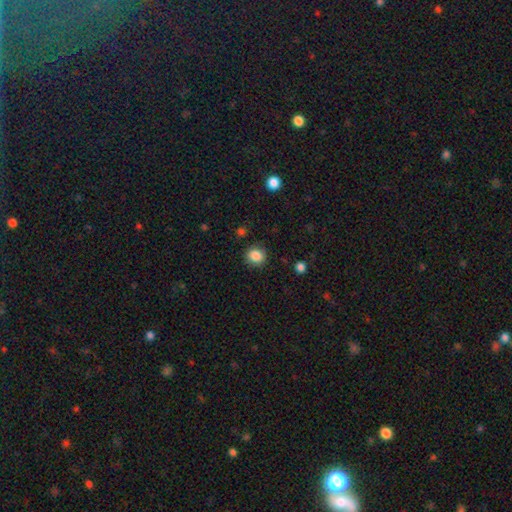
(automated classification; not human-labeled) Smooth or featured: smooth — 86% (star or artifact — 10%)
How rounded: round — 83% (in between — 16%)
Merging: none — 87% (minor disturbance — 9%)